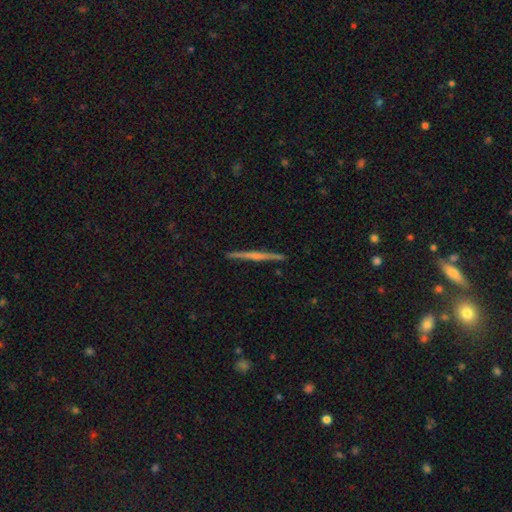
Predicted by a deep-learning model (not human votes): This appears to be a featured or disk galaxy (64%) viewed edge-on (98%) with no central bulge (60%). Merging: none (92%).